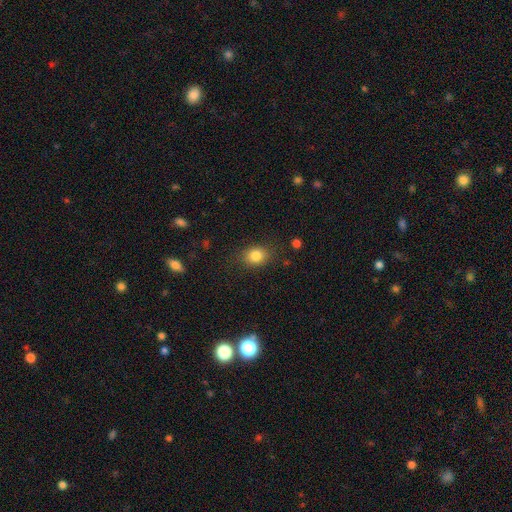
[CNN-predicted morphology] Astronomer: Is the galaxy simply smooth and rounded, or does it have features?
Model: smooth — 83%.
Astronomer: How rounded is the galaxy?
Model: round — 52% (runner-up: in between, 47%).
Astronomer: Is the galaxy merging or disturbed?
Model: none — 81%.